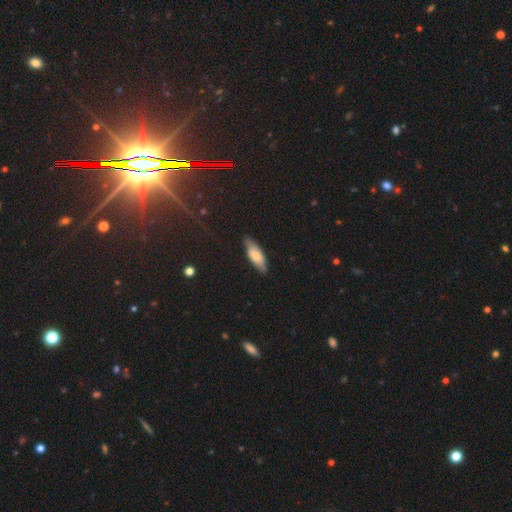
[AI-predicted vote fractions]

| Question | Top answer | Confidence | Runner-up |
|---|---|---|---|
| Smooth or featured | smooth | 71% | featured or disk (23%) |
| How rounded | in between | 62% | cigar-shaped (36%) |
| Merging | none | 78% | minor disturbance (18%) |